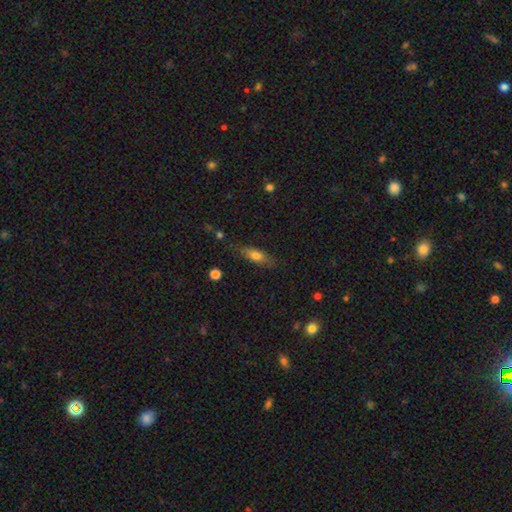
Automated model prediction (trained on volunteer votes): smooth_or_featured: smooth (p=0.66) [alt: featured or disk p=0.26]
how_rounded: in between (p=0.55) [alt: cigar-shaped p=0.42]
merging: none (p=0.78) [alt: minor disturbance p=0.16]